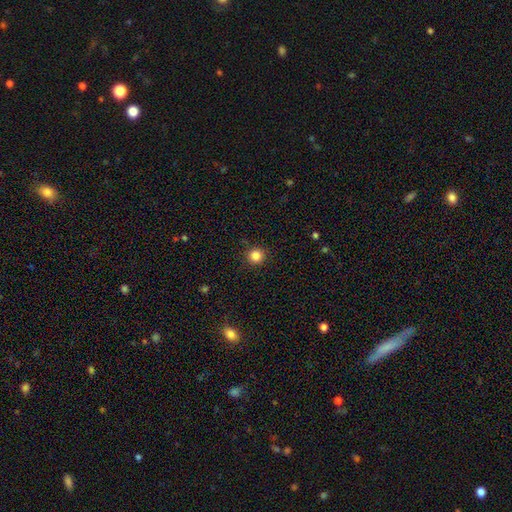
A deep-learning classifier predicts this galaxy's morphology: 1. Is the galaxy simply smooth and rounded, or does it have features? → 84% smooth, 12% star or artifact, 4% featured or disk.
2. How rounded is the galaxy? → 95% round, 4% in between, 1% cigar-shaped.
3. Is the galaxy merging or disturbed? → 91% none, 6% minor disturbance, 2% major disturbance, 1% merger.